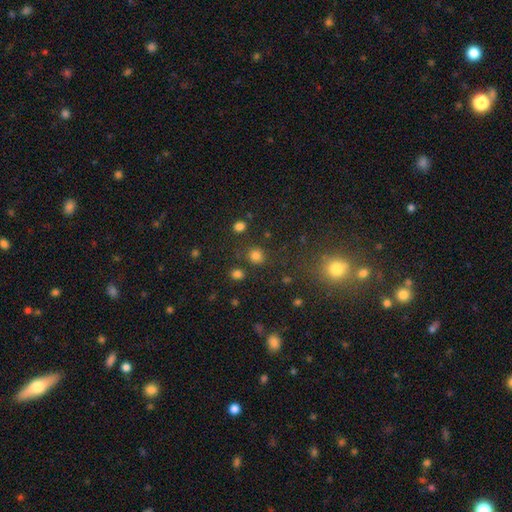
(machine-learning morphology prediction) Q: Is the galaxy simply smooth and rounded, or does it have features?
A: smooth — 77%.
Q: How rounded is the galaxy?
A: round — 82%.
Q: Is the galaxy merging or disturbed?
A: none — 80%.